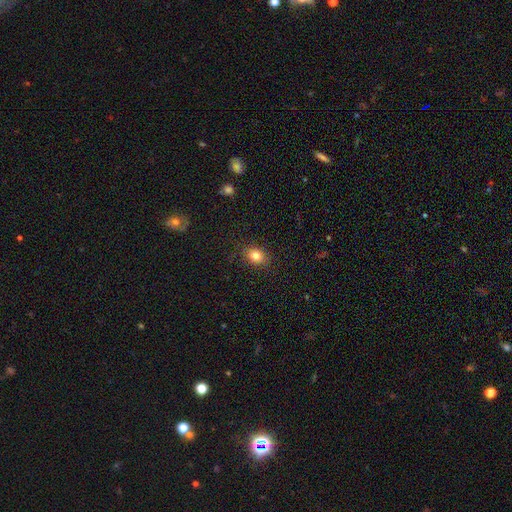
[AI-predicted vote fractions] Smooth or featured? smooth (82%)
How rounded? in between (56%)
Merging? none (86%)